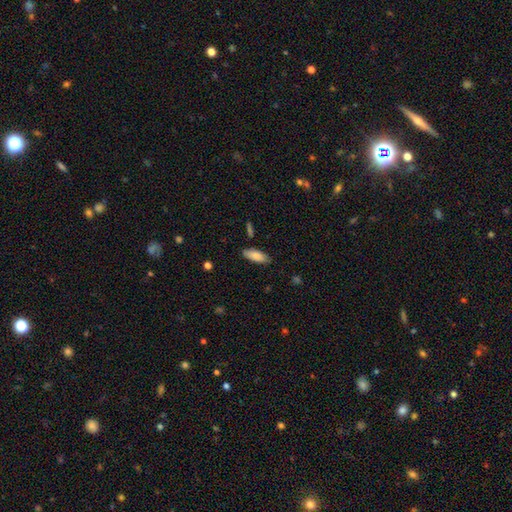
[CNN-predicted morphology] The model was most divided on "how rounded": in between: 79%, cigar-shaped: 19%, round: 2%. More confident: smooth or featured — smooth (85%); merging — none (83%).